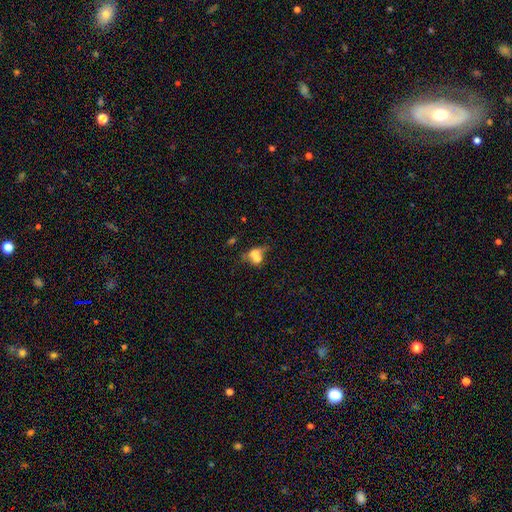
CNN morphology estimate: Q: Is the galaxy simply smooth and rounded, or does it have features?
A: smooth — 61%.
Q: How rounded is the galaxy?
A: in between — 54%.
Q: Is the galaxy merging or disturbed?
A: merger — 61%.